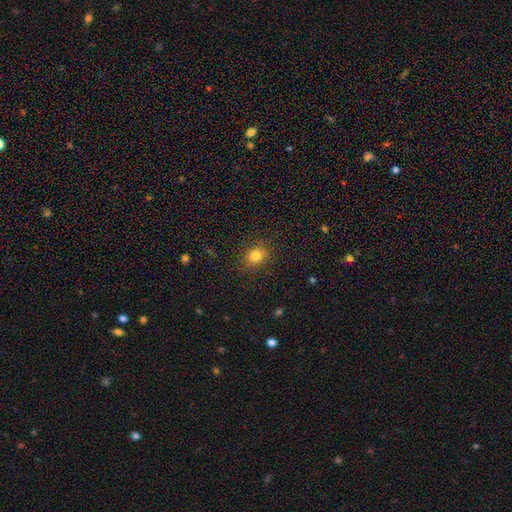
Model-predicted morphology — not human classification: Overall: smooth (81%). How rounded: round (59%; in between 40%). Merging: none (86%).